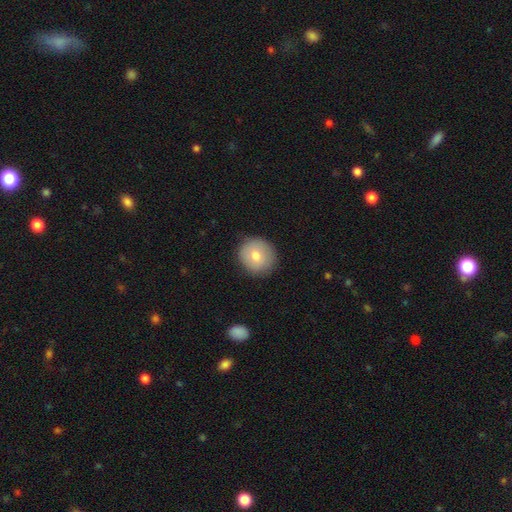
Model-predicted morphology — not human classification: Q: Smooth or featured?
A: smooth (73%); runner-up: featured or disk (19%)
Q: How rounded?
A: round (91%); runner-up: in between (8%)
Q: Merging?
A: none (87%); runner-up: minor disturbance (10%)